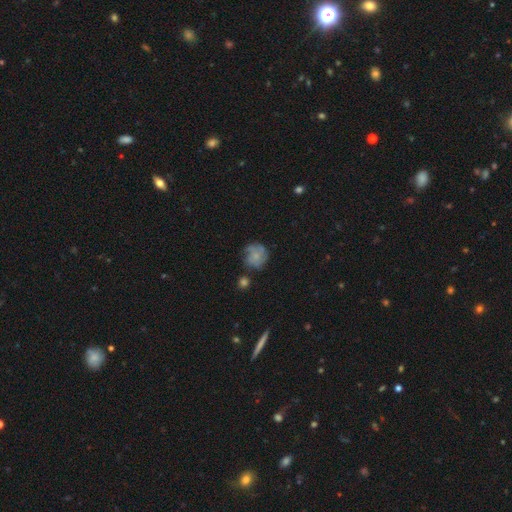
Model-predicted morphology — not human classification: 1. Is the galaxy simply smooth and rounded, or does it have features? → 57% smooth, 34% featured or disk, 9% star or artifact.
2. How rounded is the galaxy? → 82% round, 17% in between, 1% cigar-shaped.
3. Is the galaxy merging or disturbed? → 57% none, 25% minor disturbance, 11% major disturbance, 6% merger.